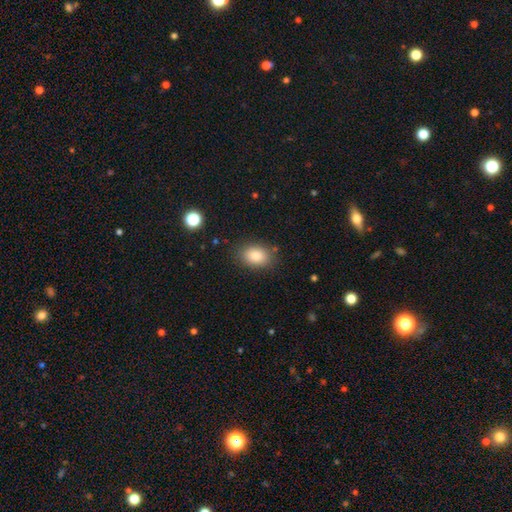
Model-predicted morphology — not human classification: Smooth or featured?
  - smooth: 85% *
  - star or artifact: 9%
  - featured or disk: 7%
How rounded?
  - in between: 77% *
  - round: 22%
  - cigar-shaped: 1%
Merging?
  - none: 84% *
  - minor disturbance: 11%
  - major disturbance: 3%
  - merger: 2%